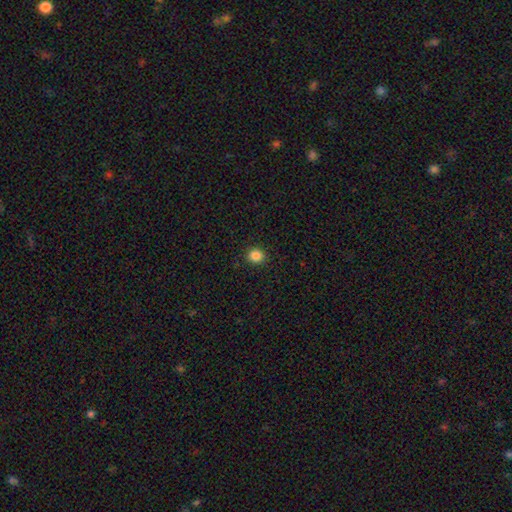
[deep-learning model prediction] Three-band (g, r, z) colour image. It shows a smooth galaxy with no disk features (85%) that is round (82%). Merging: none (92%).